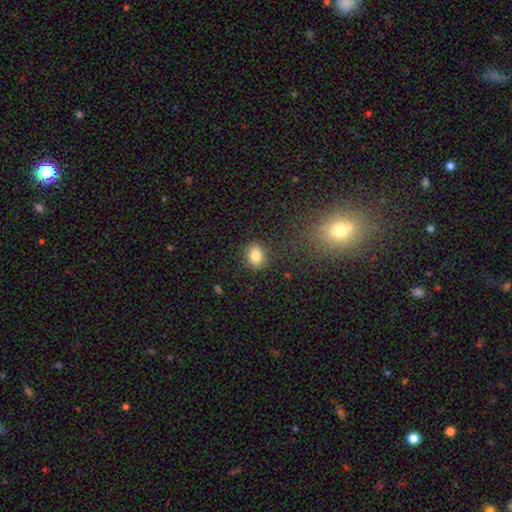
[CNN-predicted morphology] Smooth or featured: smooth — 82% (star or artifact — 11%)
How rounded: round — 59% (in between — 40%)
Merging: none — 87% (minor disturbance — 9%)